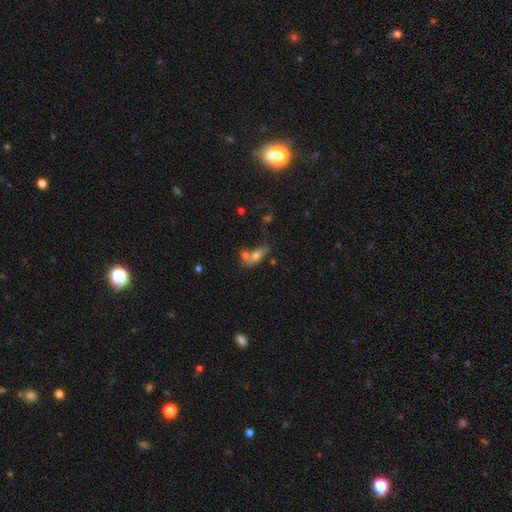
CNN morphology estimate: A smooth galaxy with no disk features (67%) that is in between round and cigar-shaped (79%). Merging: merger (49%).